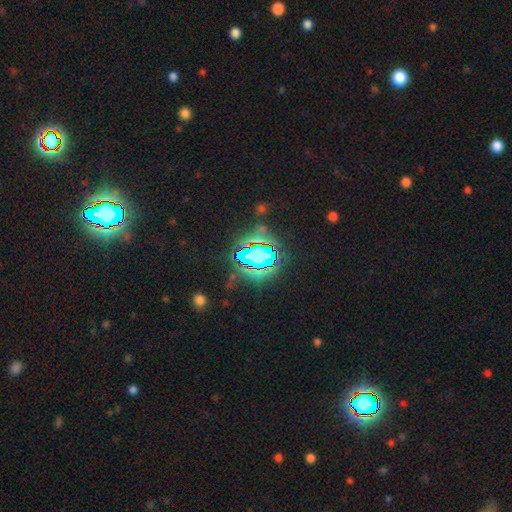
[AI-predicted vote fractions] Smooth or featured? star or artifact (76%)